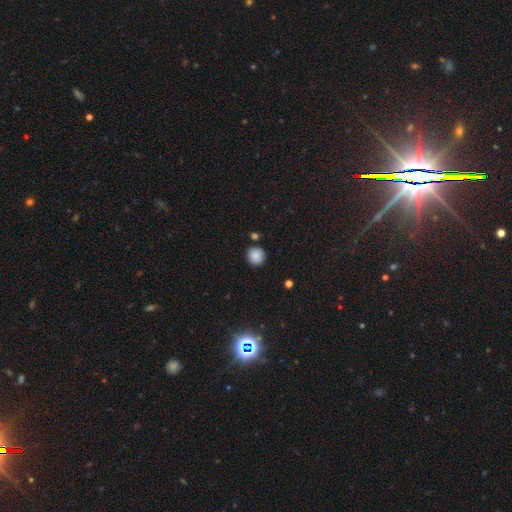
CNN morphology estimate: smooth_or_featured: smooth (p=0.87) [alt: star or artifact p=0.10]
how_rounded: round (p=0.93) [alt: in between p=0.06]
merging: none (p=0.87) [alt: minor disturbance p=0.08]